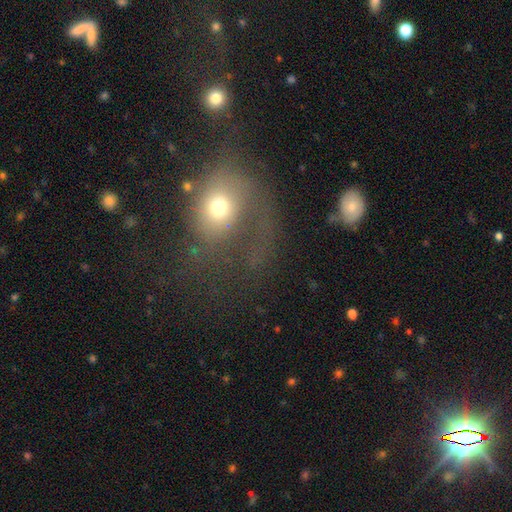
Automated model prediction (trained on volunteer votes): Overall: featured or disk (41%; smooth 39%). Merging: major disturbance (42%; none 35%).